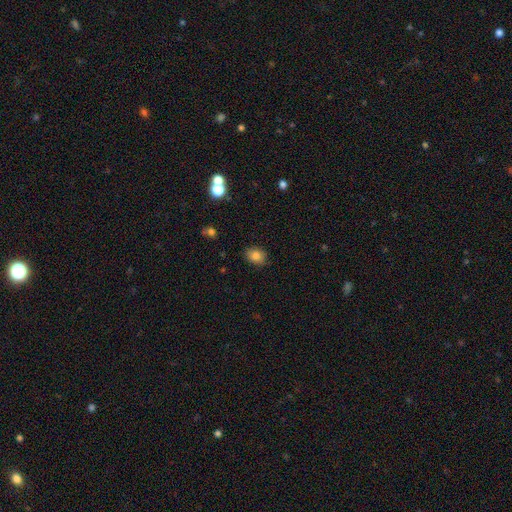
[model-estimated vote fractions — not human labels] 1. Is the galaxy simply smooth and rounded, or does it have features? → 83% smooth, 10% star or artifact, 7% featured or disk.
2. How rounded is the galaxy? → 56% in between, 44% round, 1% cigar-shaped.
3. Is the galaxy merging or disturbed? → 85% none, 12% minor disturbance, 2% major disturbance, 1% merger.